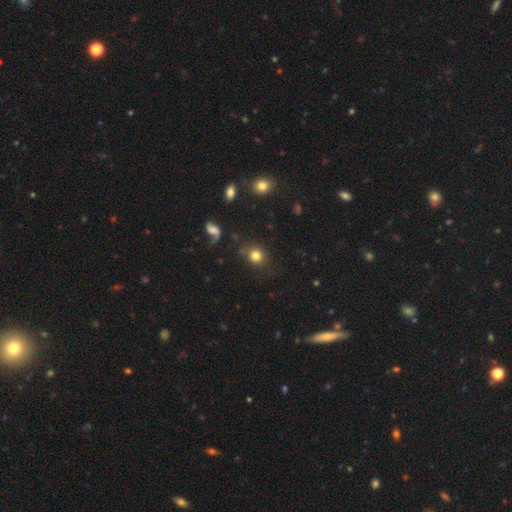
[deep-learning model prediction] Smooth or featured? smooth (79%)
How rounded? round (83%)
Merging? none (77%)